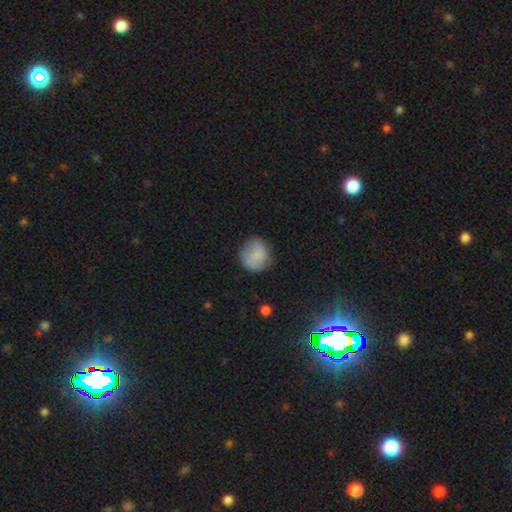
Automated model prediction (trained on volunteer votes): The model was most divided on "merging": none: 71%, minor disturbance: 22%, major disturbance: 6%, merger: 2%. More confident: how rounded — round (86%); smooth or featured — smooth (79%).